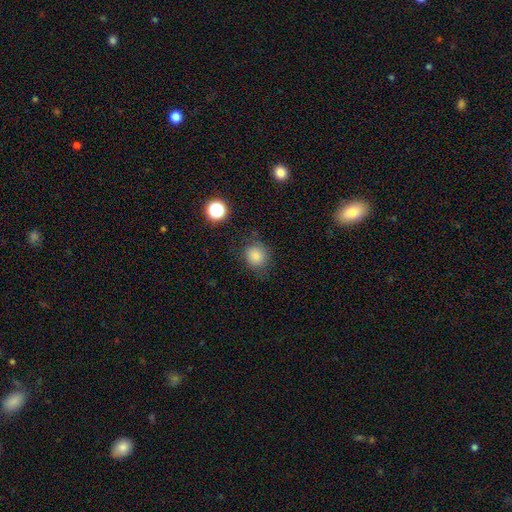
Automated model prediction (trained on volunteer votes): Morphology: type=smooth (83%); roundness=round (81%); merging=none (76%).